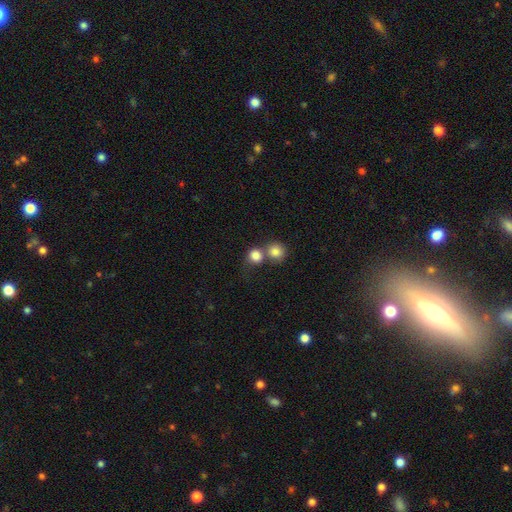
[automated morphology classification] A smooth galaxy with no disk features (82%) that is round (83%). Merging: merger (51%).